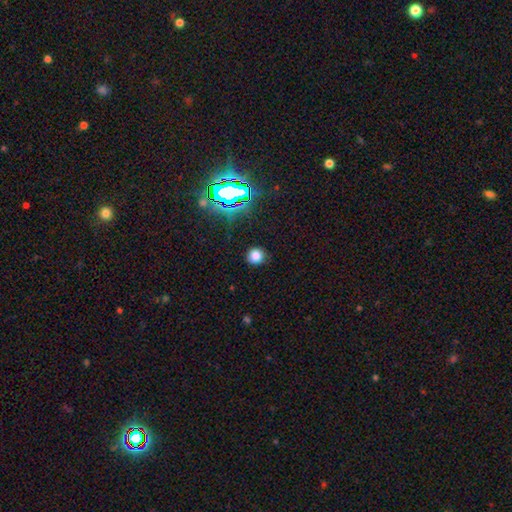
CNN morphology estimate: Q: Smooth or featured?
A: smooth (75%); runner-up: star or artifact (19%)
Q: How rounded?
A: round (90%); runner-up: in between (9%)
Q: Merging?
A: none (86%); runner-up: minor disturbance (10%)